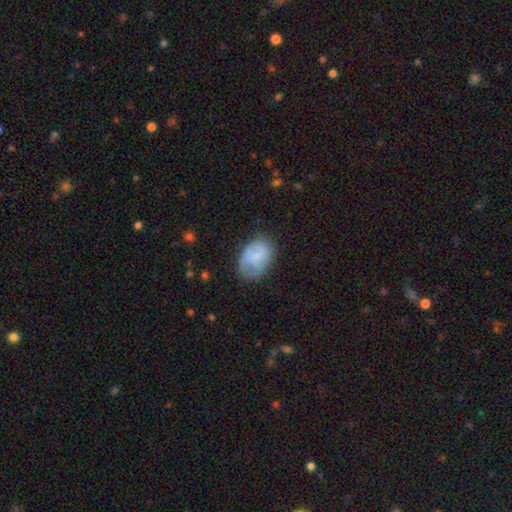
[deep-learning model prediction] A smooth galaxy with no disk features (54%) that is in between round and cigar-shaped (80%).

Vote fractions:
- Smooth or featured? smooth: 54% / featured or disk: 39% / star or artifact: 7%
- How rounded? in between: 80% / round: 18% / cigar-shaped: 1%
- Merging? none: 58% / minor disturbance: 28% / major disturbance: 12% / merger: 2%